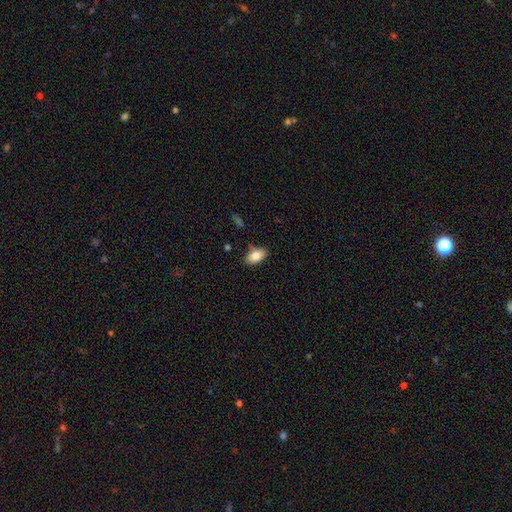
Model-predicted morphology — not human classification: The model was most divided on "merging": none: 81%, minor disturbance: 14%, major disturbance: 3%, merger: 2%. More confident: how rounded — in between (92%); smooth or featured — smooth (83%).